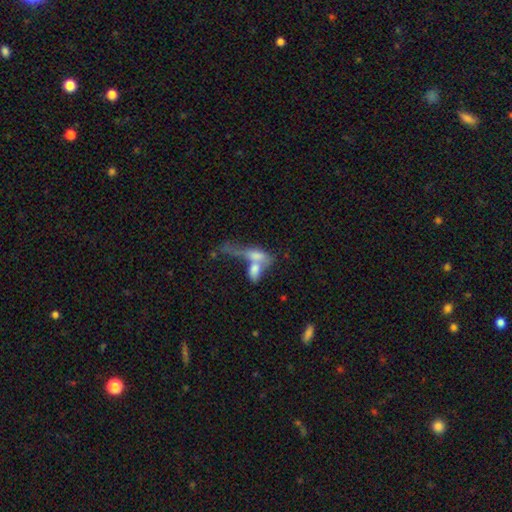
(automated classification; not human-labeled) smooth 56%, featured or disk 33%, star or artifact 11%. Down the decision tree: how rounded — in between (60%); merging — merger (65%).